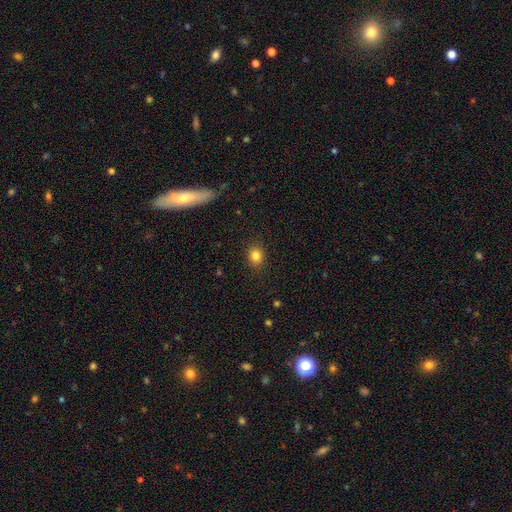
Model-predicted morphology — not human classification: Smooth or featured? Predicted: smooth (p=0.83). How rounded? Predicted: round (p=0.65). Merging? Predicted: none (p=0.88).